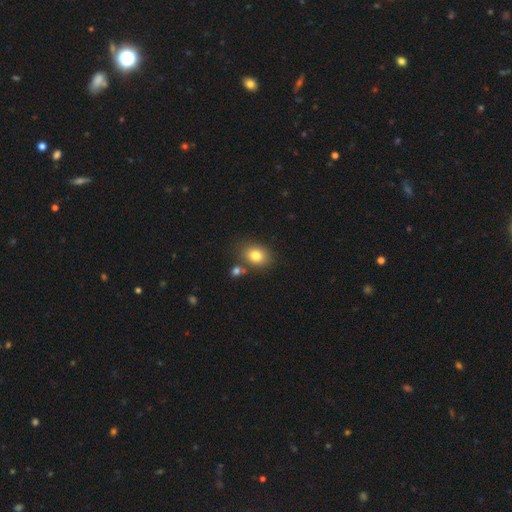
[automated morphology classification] smooth 81%, star or artifact 10%, featured or disk 9%. Down the decision tree: how rounded — in between (61%); merging — none (72%).